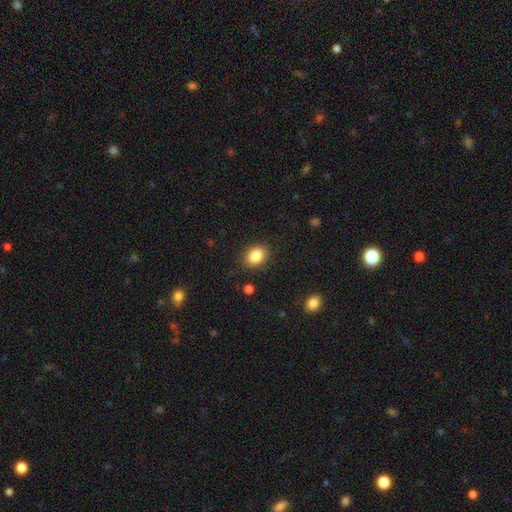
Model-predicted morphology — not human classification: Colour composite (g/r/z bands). It shows a smooth galaxy with no disk features (85%) that is in between round and cigar-shaped (57%). Merging: none (86%).